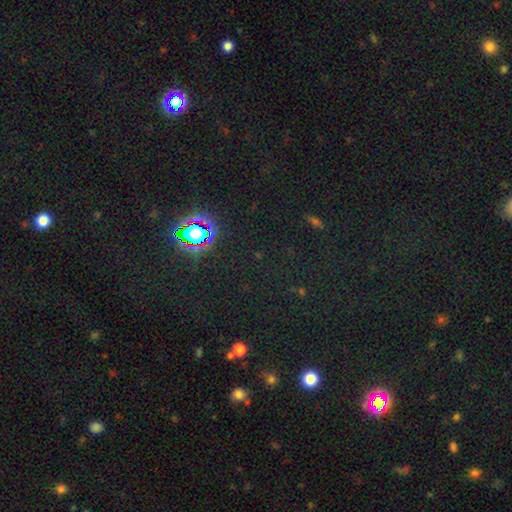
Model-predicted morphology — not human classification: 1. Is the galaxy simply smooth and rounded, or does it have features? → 77% star or artifact, 15% smooth, 8% featured or disk.